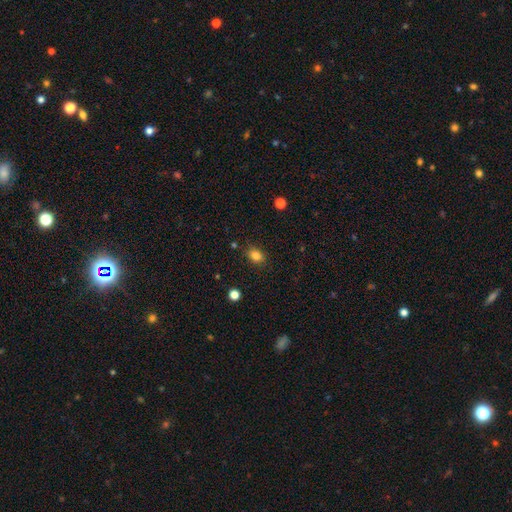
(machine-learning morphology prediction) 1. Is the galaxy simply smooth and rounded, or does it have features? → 83% smooth, 11% star or artifact, 5% featured or disk.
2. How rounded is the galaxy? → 64% in between, 34% round, 1% cigar-shaped.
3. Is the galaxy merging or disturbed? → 82% none, 13% minor disturbance, 3% major disturbance, 2% merger.